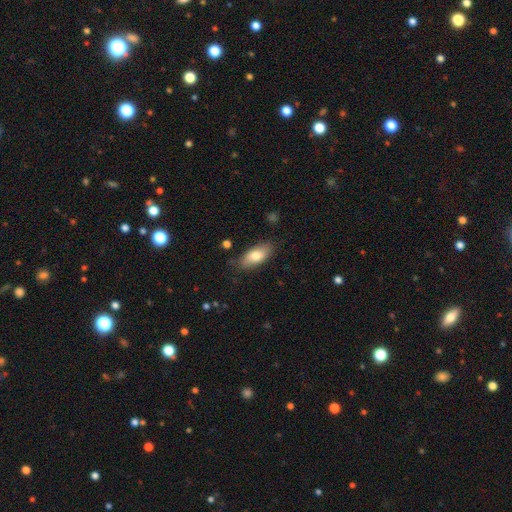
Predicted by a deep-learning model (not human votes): Q: Smooth or featured?
A: smooth (77%); runner-up: featured or disk (17%)
Q: How rounded?
A: in between (85%); runner-up: cigar-shaped (12%)
Q: Merging?
A: none (80%); runner-up: minor disturbance (15%)